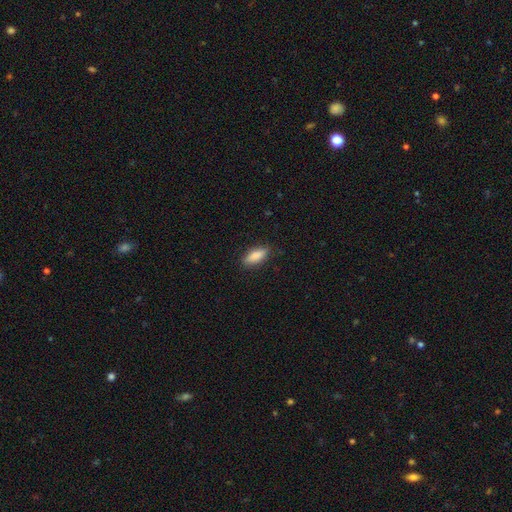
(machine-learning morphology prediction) type=smooth (84%); roundness=in between (68%); merging=none (86%).